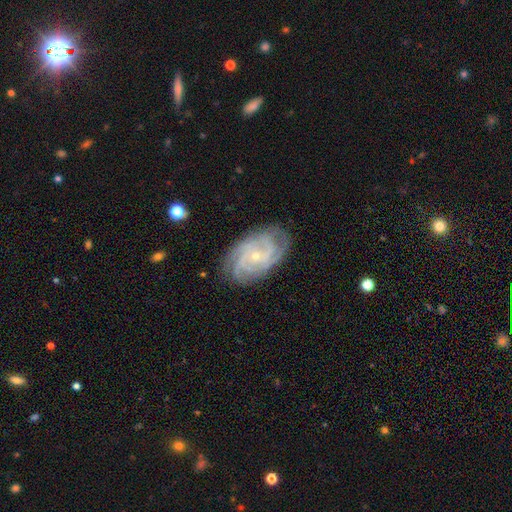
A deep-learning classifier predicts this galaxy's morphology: Smooth or featured?
  - featured or disk: 87% *
  - smooth: 7%
  - star or artifact: 6%
Edge-on disk?
  - no: 97% *
  - yes: 3%
Bar?
  - no: 73% *
  - weak: 22%
  - strong: 5%
Spiral arms?
  - yes: 97% *
  - no: 3%
Spiral winding?
  - tight: 66% *
  - medium: 28%
  - loose: 6%
Spiral arm count?
  - 4: 32% *
  - can't tell: 21%
  - 3: 20%
  - more than 4: 11%
  - 2: 10%
  - 1: 7%
Bulge size?
  - small: 80% *
  - moderate: 17%
  - none: 1%
  - large: 1%
  - dominant: 1%
Merging?
  - none: 80% *
  - minor disturbance: 15%
  - major disturbance: 4%
  - merger: 1%